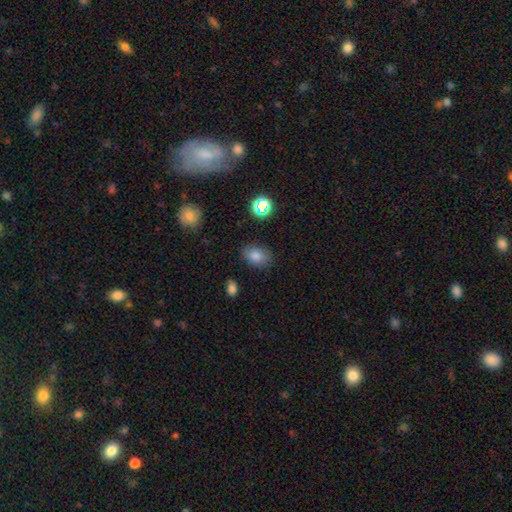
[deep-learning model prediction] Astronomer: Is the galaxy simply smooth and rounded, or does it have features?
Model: smooth — 79%.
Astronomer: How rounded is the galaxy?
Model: in between — 80%.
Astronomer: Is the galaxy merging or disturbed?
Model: none — 82%.